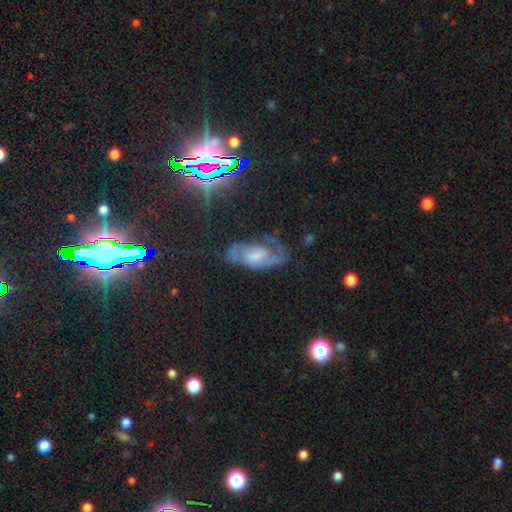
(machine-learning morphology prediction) smooth_or_featured: featured or disk (p=0.65) [alt: smooth p=0.20]
disk_edge_on: no (p=0.93) [alt: yes p=0.07]
bar: no (p=0.51) [alt: weak p=0.38]
has_spiral_arms: yes (p=0.86) [alt: no p=0.14]
spiral_winding: medium (p=0.47) [alt: tight p=0.29]
spiral_arm_count: 2 (p=0.65) [alt: can't tell p=0.16]
bulge_size: moderate (p=0.31) [alt: large p=0.27]
merging: none (p=0.51) [alt: minor disturbance p=0.24]